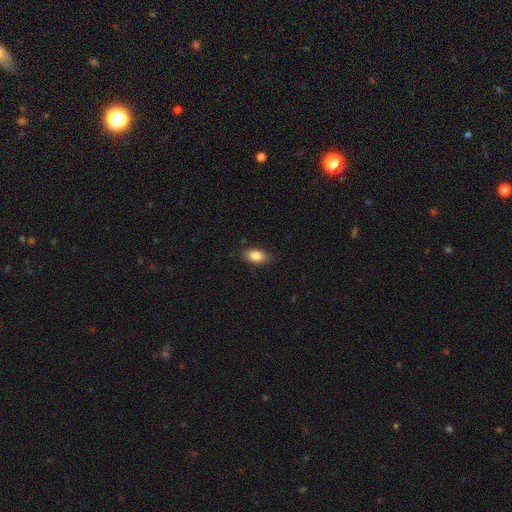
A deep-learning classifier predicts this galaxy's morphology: smooth-or-featured: smooth: 85% | featured or disk: 8% | star or artifact: 8%
  how-rounded: in between: 89% | round: 7% | cigar-shaped: 4%
  merging: none: 83% | minor disturbance: 13% | major disturbance: 3% | merger: 1%